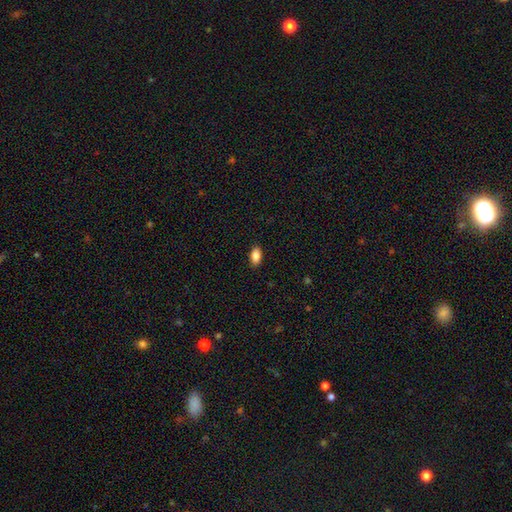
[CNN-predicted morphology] Smooth or featured: smooth — 87% (star or artifact — 8%)
How rounded: in between — 91% (round — 5%)
Merging: none — 89% (minor disturbance — 8%)